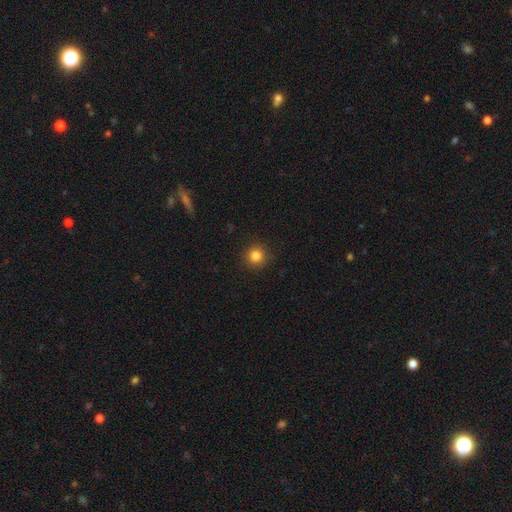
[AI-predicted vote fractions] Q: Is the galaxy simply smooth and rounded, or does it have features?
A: smooth — 84%.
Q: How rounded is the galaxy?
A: round — 94%.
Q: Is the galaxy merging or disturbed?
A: none — 91%.